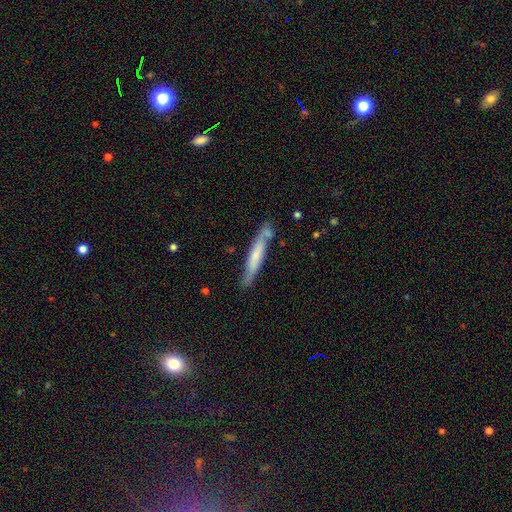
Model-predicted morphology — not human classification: A smooth galaxy with no disk features (54%) that is cigar-shaped (93%).

Vote fractions:
- Smooth or featured? smooth: 54% / featured or disk: 40% / star or artifact: 5%
- How rounded? cigar-shaped: 93% / in between: 6% / round: 1%
- Merging? none: 71% / minor disturbance: 18% / merger: 8% / major disturbance: 3%